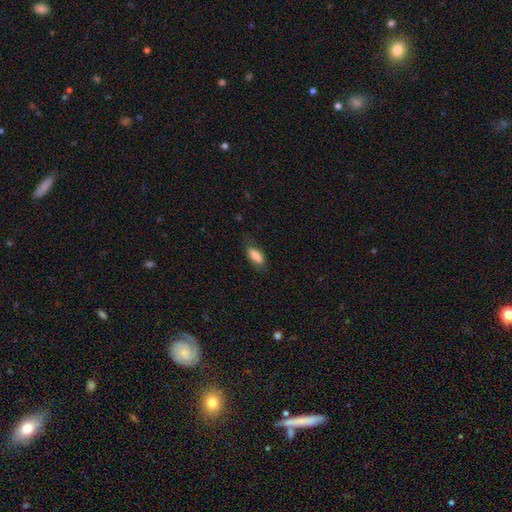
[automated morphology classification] The model was most divided on "merging": none: 70%, minor disturbance: 22%, major disturbance: 6%, merger: 1%. More confident: smooth or featured — smooth (84%); how rounded — in between (78%).